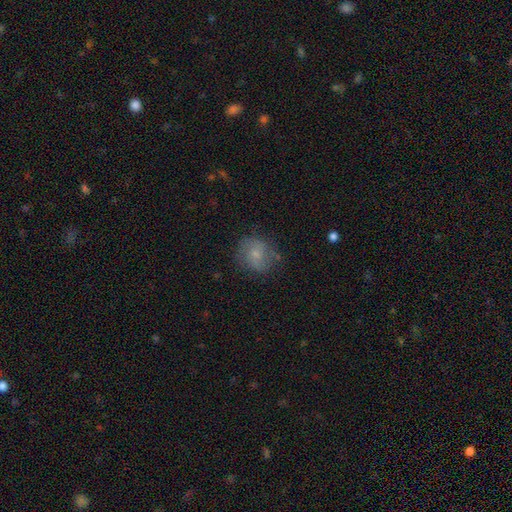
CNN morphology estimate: type=smooth (65%); roundness=round (75%); merging=none (70%).